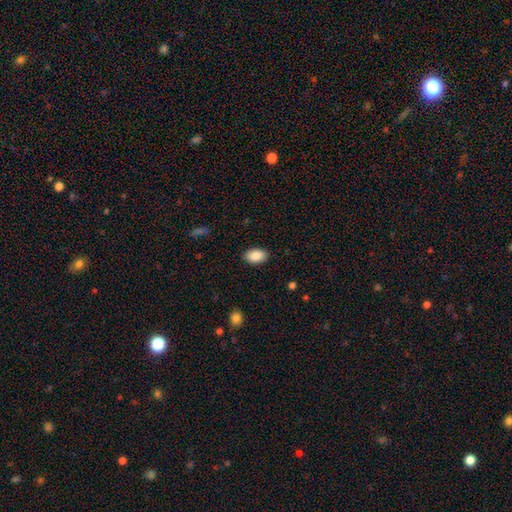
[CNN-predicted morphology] This is clearly a smooth galaxy (87%). How rounded: clearly in between (92%). Merging: clearly none (88%).